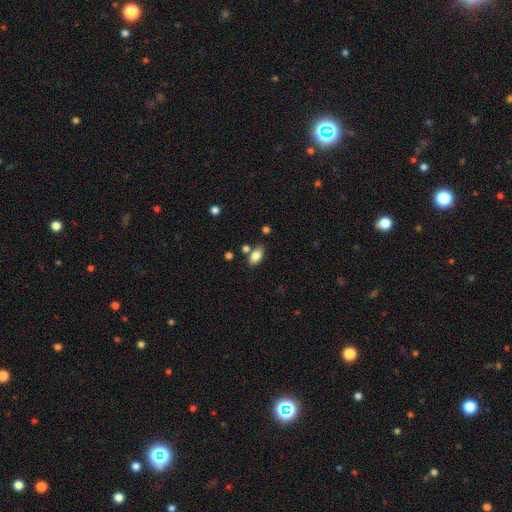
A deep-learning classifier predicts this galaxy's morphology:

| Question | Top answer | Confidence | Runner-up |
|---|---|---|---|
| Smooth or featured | smooth | 83% | featured or disk (9%) |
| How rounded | in between | 91% | round (5%) |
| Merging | none | 72% | minor disturbance (14%) |